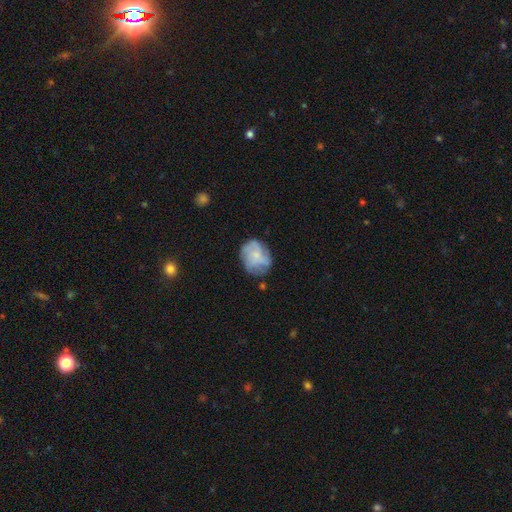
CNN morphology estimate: A featured or disk galaxy (48%).

Vote fractions:
- Smooth or featured? featured or disk: 48% / smooth: 44% / star or artifact: 8%
- Merging? none: 64% / minor disturbance: 23% / major disturbance: 10% / merger: 2%